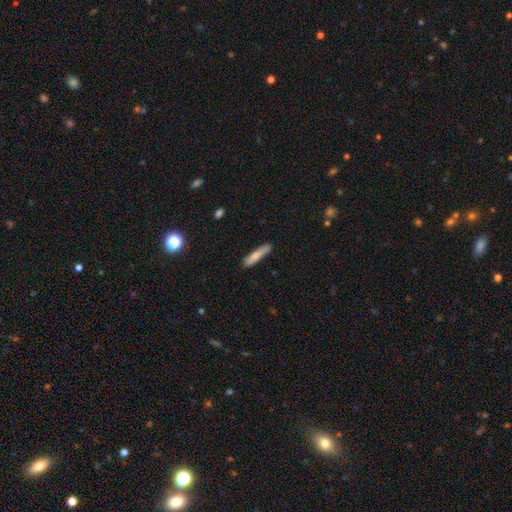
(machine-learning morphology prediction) A smooth galaxy with no disk features (80%) that is cigar-shaped (87%).

Vote fractions:
- Smooth or featured? smooth: 80% / featured or disk: 13% / star or artifact: 6%
- How rounded? cigar-shaped: 87% / in between: 12% / round: 1%
- Merging? none: 79% / minor disturbance: 16% / major disturbance: 3% / merger: 2%